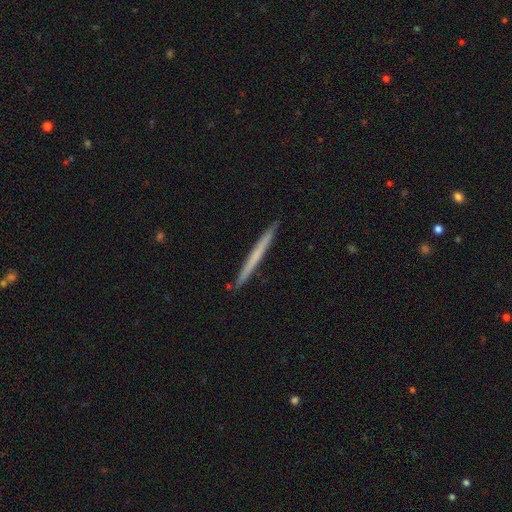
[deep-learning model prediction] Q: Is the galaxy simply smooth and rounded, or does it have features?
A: smooth — 52%.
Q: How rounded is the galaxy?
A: cigar-shaped — 97%.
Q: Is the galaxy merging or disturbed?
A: none — 92%.